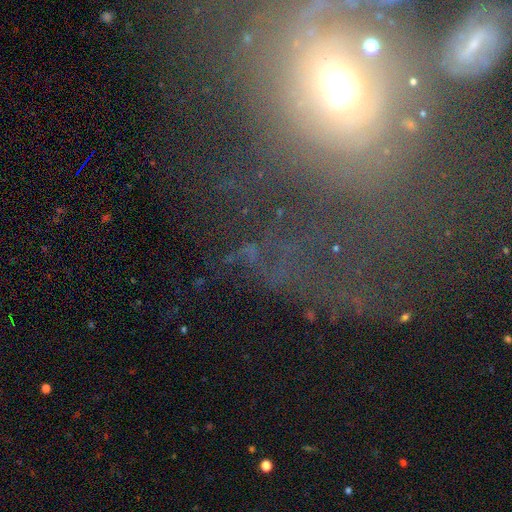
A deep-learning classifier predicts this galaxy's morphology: smooth-or-featured: star or artifact: 40% | featured or disk: 38% | smooth: 22%